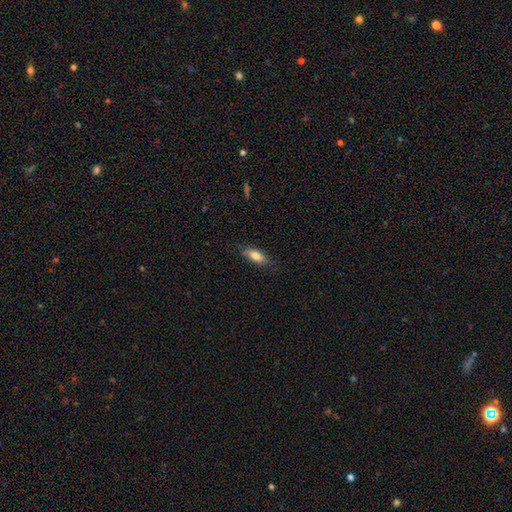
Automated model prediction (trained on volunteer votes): A smooth galaxy with no disk features (80%) that is in between round and cigar-shaped (76%).

Vote fractions:
- Smooth or featured? smooth: 80% / featured or disk: 14% / star or artifact: 7%
- How rounded? in between: 76% / cigar-shaped: 22% / round: 2%
- Merging? none: 76% / minor disturbance: 19% / major disturbance: 4% / merger: 1%